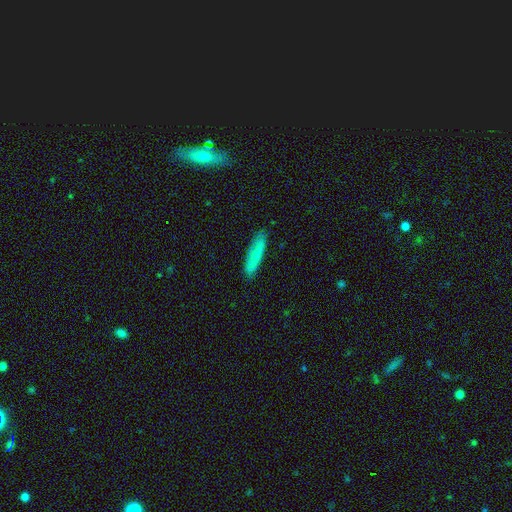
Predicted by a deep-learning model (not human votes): The model was most divided on "smooth or featured": smooth: 74%, featured or disk: 20%, star or artifact: 6%. More confident: merging — none (86%); how rounded — cigar-shaped (85%).